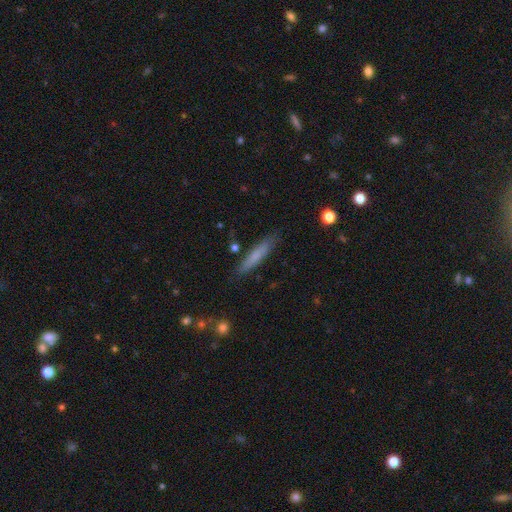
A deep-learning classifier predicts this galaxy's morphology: The model was most divided on "smooth or featured": smooth: 70%, featured or disk: 23%, star or artifact: 6%. More confident: how rounded — cigar-shaped (91%); merging — none (84%).